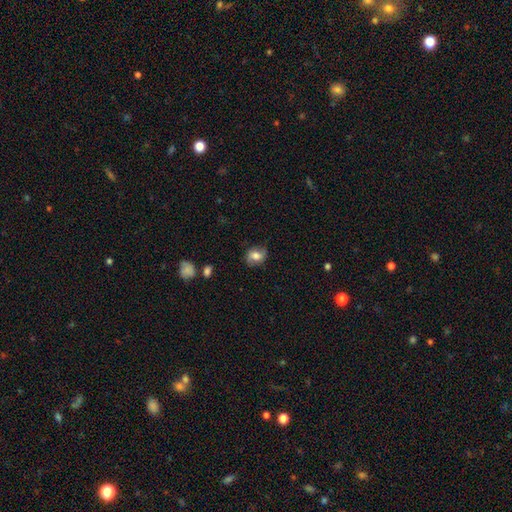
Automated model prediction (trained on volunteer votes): A smooth galaxy with no disk features (69%) that is in between round and cigar-shaped (51%).

Vote fractions:
- Smooth or featured? smooth: 69% / featured or disk: 22% / star or artifact: 9%
- How rounded? in between: 51% / round: 47% / cigar-shaped: 1%
- Merging? none: 72% / minor disturbance: 21% / major disturbance: 6% / merger: 1%